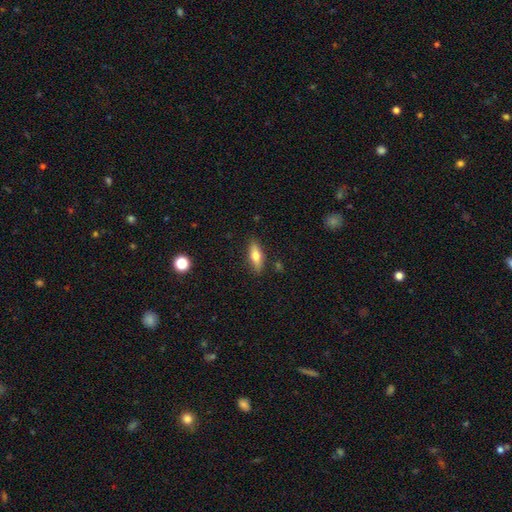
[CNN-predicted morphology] A smooth galaxy with no disk features (63%) that is in between round and cigar-shaped (58%). Merging: none (86%).